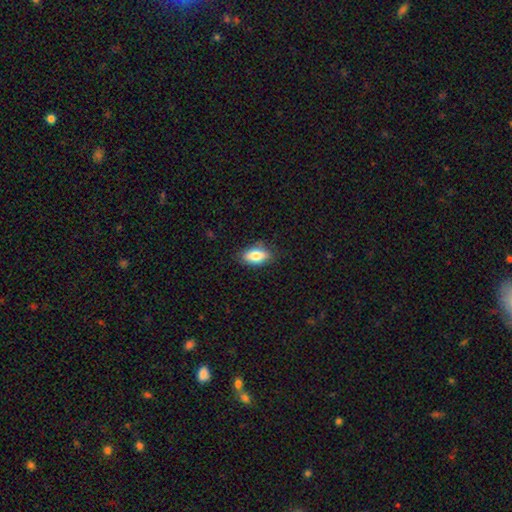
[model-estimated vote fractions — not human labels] Smooth or featured: smooth — 82% (featured or disk — 11%)
How rounded: in between — 90% (cigar-shaped — 5%)
Merging: none — 81% (minor disturbance — 15%)